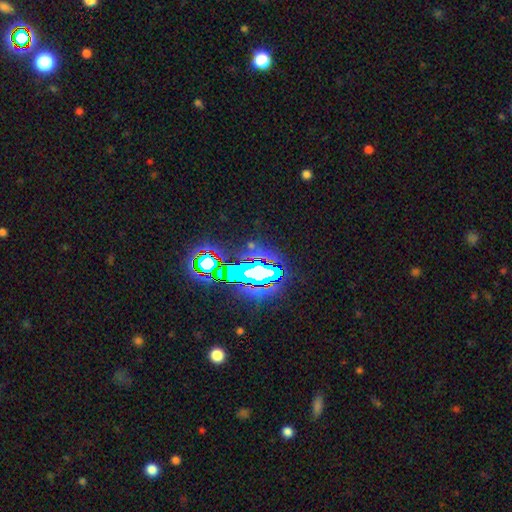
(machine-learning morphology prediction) Overall: star or artifact (78%).